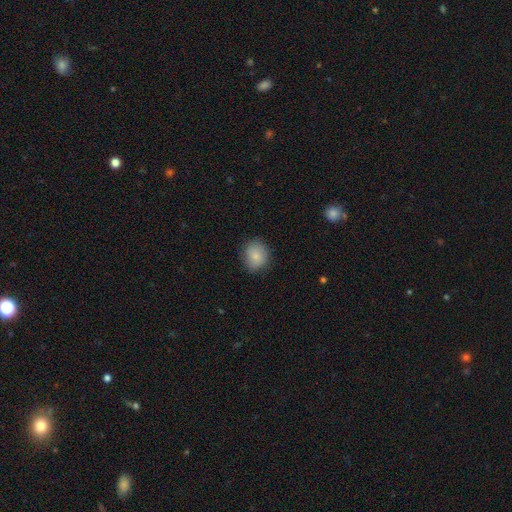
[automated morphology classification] This is clearly a smooth galaxy (85%). How rounded: likely round (71%). Merging: clearly none (82%).